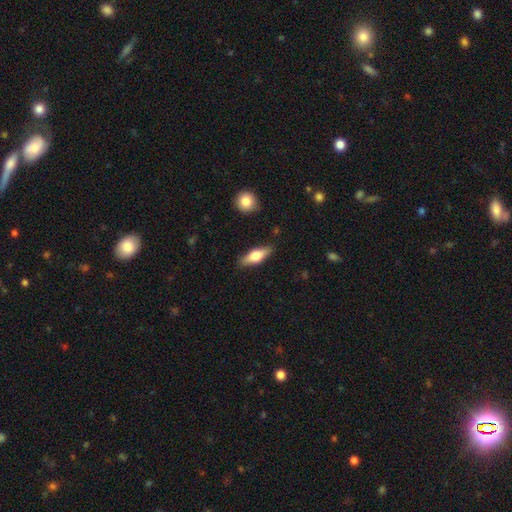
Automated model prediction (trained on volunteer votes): A smooth galaxy with no disk features (59%) that is in between round and cigar-shaped (58%). Merging: none (85%).